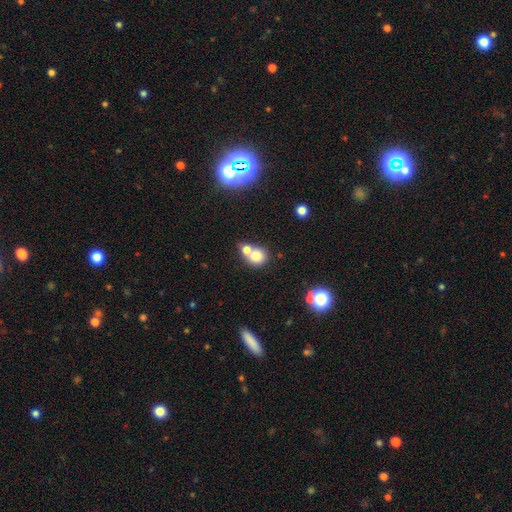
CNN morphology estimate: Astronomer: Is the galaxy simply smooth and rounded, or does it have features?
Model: smooth — 76%.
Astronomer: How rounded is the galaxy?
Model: round — 76%.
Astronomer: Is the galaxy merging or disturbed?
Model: merger — 53% (runner-up: none, 36%).